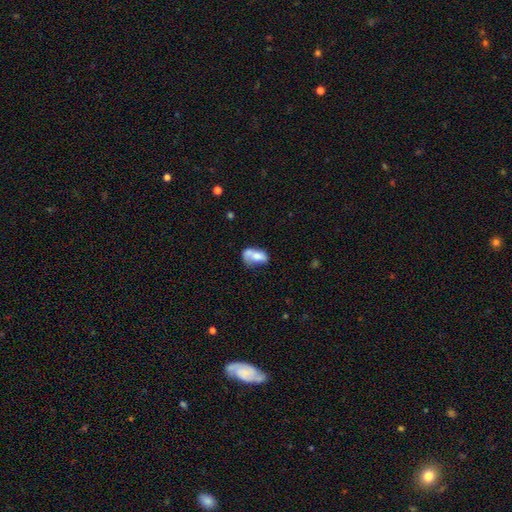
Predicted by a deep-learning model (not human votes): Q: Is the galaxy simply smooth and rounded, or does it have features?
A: smooth — 63%.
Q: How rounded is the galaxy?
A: in between — 85%.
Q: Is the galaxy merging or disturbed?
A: merger — 46%.